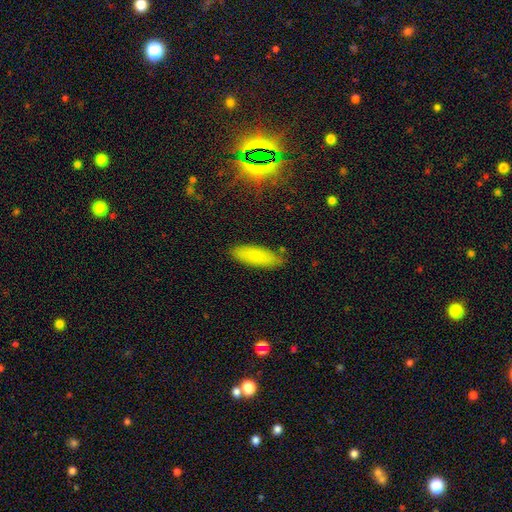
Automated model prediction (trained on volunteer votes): A smooth galaxy with no disk features (81%) that is in between round and cigar-shaped (54%).

Vote fractions:
- Smooth or featured? smooth: 81% / featured or disk: 10% / star or artifact: 9%
- How rounded? in between: 54% / cigar-shaped: 44% / round: 2%
- Merging? none: 85% / minor disturbance: 11% / major disturbance: 2% / merger: 2%